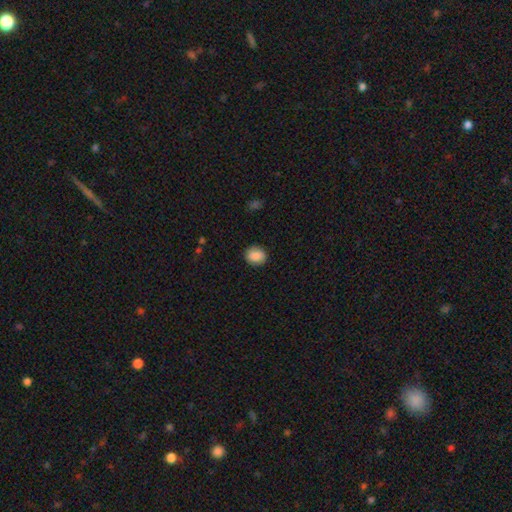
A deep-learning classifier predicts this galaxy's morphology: A smooth galaxy with no disk features (87%) that is round (67%).

Vote fractions:
- Smooth or featured? smooth: 87% / star or artifact: 8% / featured or disk: 5%
- How rounded? round: 67% / in between: 32% / cigar-shaped: 1%
- Merging? none: 87% / minor disturbance: 9% / major disturbance: 3% / merger: 1%